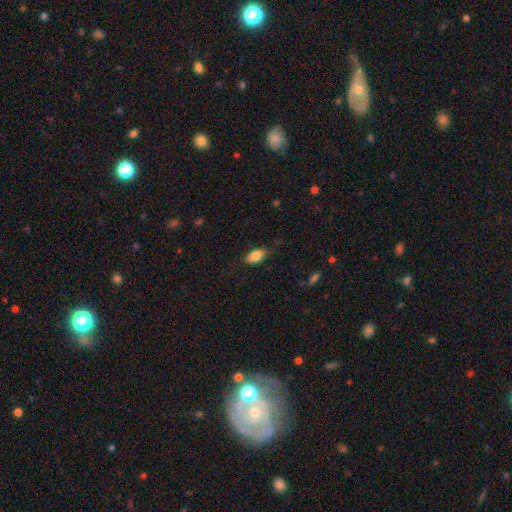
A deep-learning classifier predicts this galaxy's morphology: Smooth or featured?
  - smooth: 83% *
  - featured or disk: 10%
  - star or artifact: 7%
How rounded?
  - in between: 90% *
  - round: 5%
  - cigar-shaped: 5%
Merging?
  - none: 77% *
  - minor disturbance: 17%
  - major disturbance: 5%
  - merger: 1%